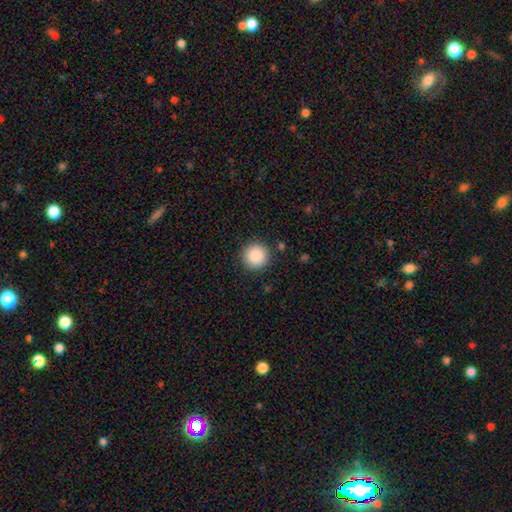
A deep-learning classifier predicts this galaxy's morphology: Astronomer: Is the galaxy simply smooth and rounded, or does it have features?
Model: smooth — 89%.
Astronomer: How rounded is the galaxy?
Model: round — 96%.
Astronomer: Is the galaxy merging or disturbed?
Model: none — 91%.